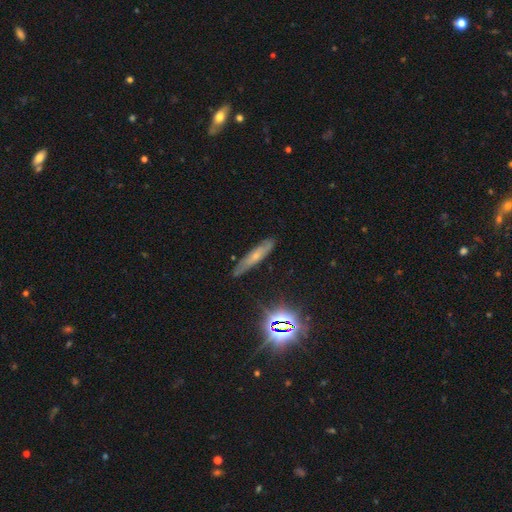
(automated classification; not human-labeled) Overall: smooth (43%; featured or disk 40%). Merging: none (79%).